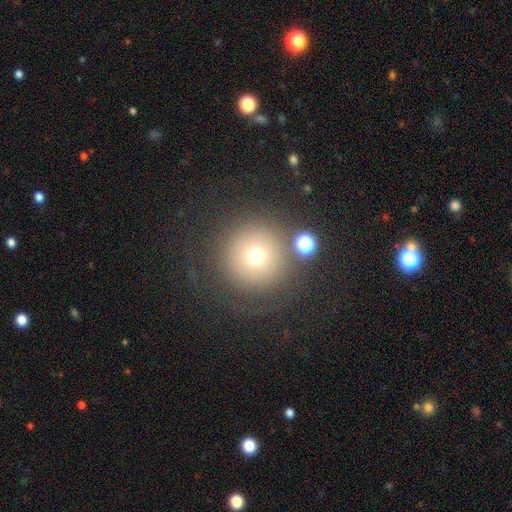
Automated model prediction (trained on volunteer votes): The model was most divided on "smooth or featured": smooth: 68%, star or artifact: 18%, featured or disk: 14%. More confident: how rounded — round (96%); merging — none (76%).